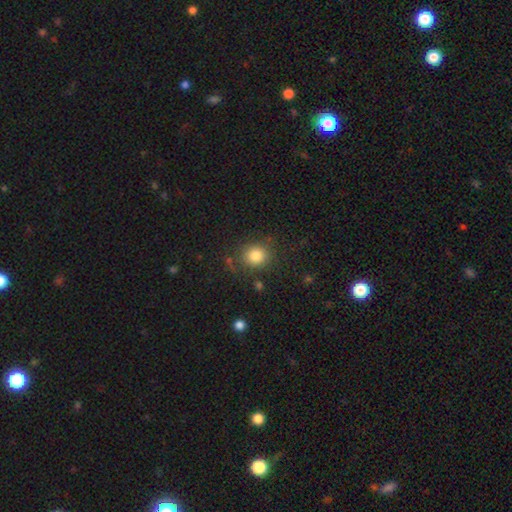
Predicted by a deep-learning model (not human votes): smooth 83%, star or artifact 11%, featured or disk 6%. Down the decision tree: how rounded — round (79%); merging — none (80%).